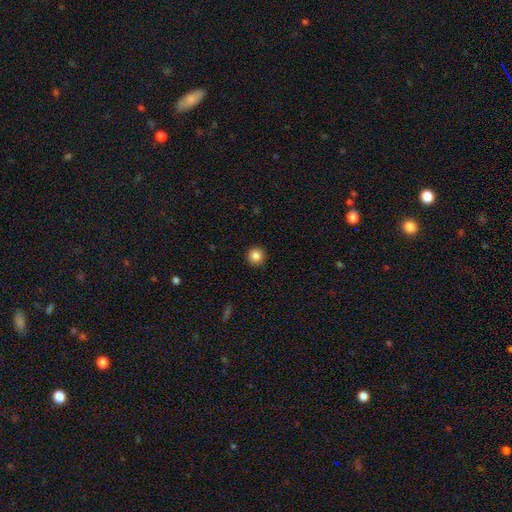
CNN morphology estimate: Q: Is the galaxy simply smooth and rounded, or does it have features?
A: smooth — 85%.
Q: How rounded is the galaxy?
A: round — 96%.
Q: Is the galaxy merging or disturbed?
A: none — 93%.